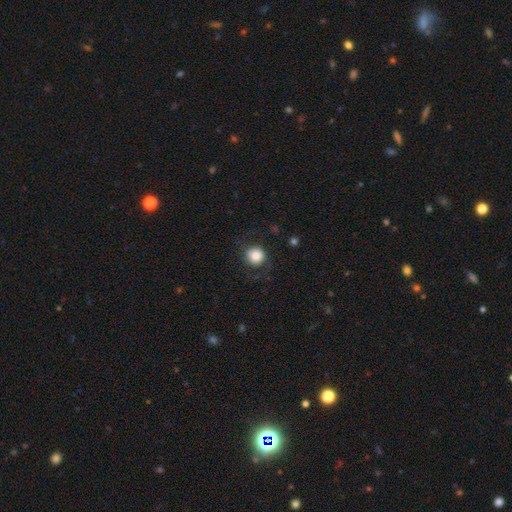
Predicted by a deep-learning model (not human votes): A smooth galaxy with no disk features (80%) that is round (90%).

Vote fractions:
- Smooth or featured? smooth: 80% / featured or disk: 11% / star or artifact: 9%
- How rounded? round: 90% / in between: 9% / cigar-shaped: 1%
- Merging? none: 77% / minor disturbance: 14% / major disturbance: 8% / merger: 1%